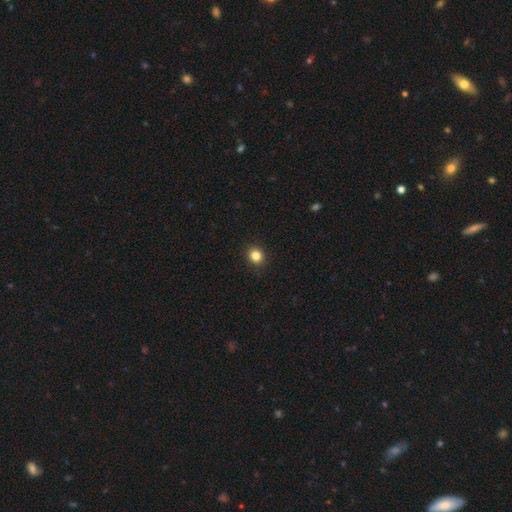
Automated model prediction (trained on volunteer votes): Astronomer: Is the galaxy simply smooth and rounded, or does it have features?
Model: smooth — 83%.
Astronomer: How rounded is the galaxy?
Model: round — 88%.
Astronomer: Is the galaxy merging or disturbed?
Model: none — 92%.